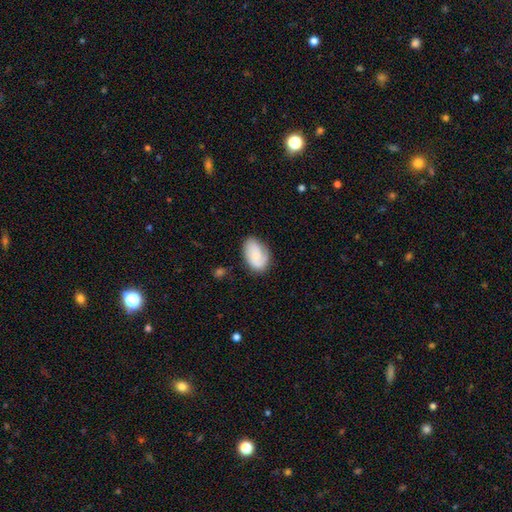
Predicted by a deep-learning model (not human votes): This appears to be a smooth galaxy with no disk features (66%) that is in between round and cigar-shaped (90%). Merging: none (69%).